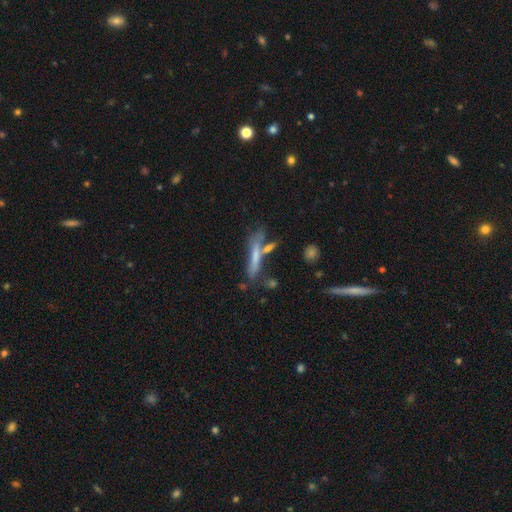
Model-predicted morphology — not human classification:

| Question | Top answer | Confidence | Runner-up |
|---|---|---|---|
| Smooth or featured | smooth | 58% | featured or disk (34%) |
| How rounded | cigar-shaped | 87% | in between (11%) |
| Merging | none | 48% | merger (25%) |